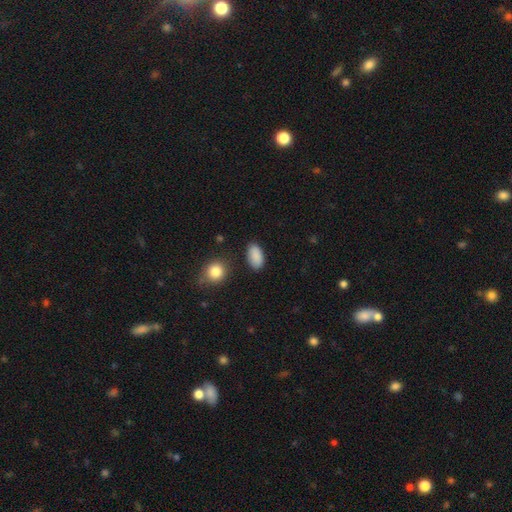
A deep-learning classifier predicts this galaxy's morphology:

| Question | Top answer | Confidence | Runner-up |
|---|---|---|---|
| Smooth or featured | smooth | 89% | star or artifact (7%) |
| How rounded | in between | 93% | round (5%) |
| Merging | none | 84% | minor disturbance (11%) |